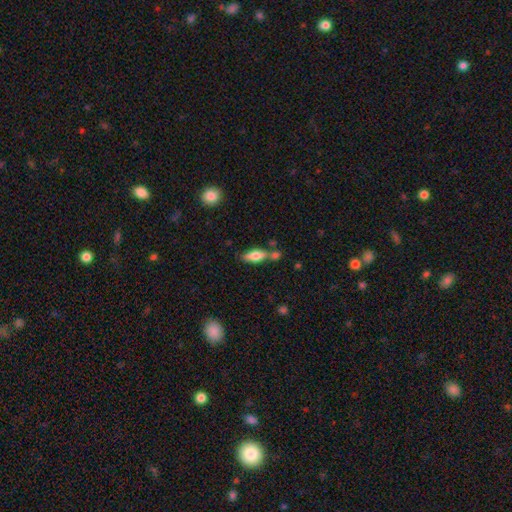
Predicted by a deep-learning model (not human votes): Smooth or featured? Predicted: smooth (p=0.66). How rounded? Predicted: in between (p=0.67). Merging? Predicted: none (p=0.58).